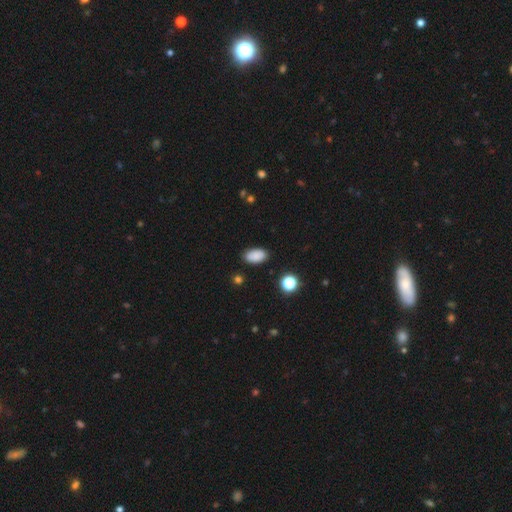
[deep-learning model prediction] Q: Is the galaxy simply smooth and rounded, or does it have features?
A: smooth — 86%.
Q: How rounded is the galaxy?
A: in between — 93%.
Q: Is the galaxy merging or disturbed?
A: none — 87%.